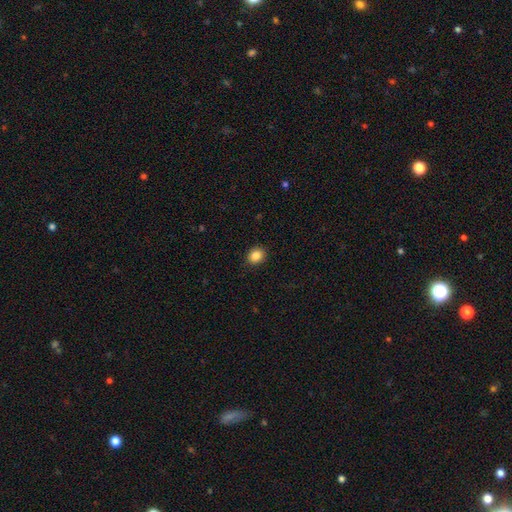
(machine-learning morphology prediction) A smooth galaxy with no disk features (86%) that is round (60%).

Vote fractions:
- Smooth or featured? smooth: 86% / star or artifact: 10% / featured or disk: 4%
- How rounded? round: 60% / in between: 39% / cigar-shaped: 1%
- Merging? none: 90% / minor disturbance: 7% / major disturbance: 2% / merger: 1%